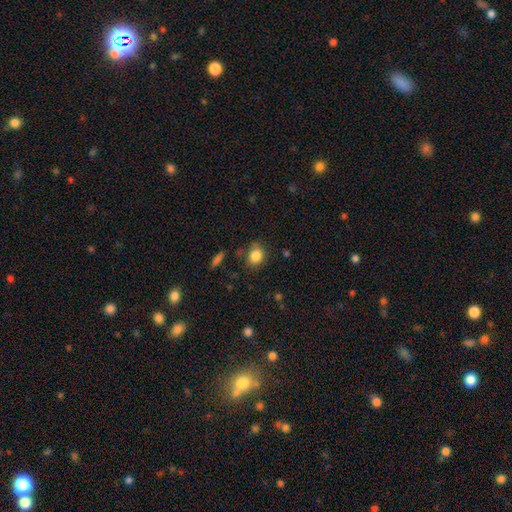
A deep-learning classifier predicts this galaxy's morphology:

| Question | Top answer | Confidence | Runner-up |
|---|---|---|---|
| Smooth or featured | smooth | 84% | star or artifact (10%) |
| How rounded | round | 54% | in between (45%) |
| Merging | none | 74% | minor disturbance (18%) |